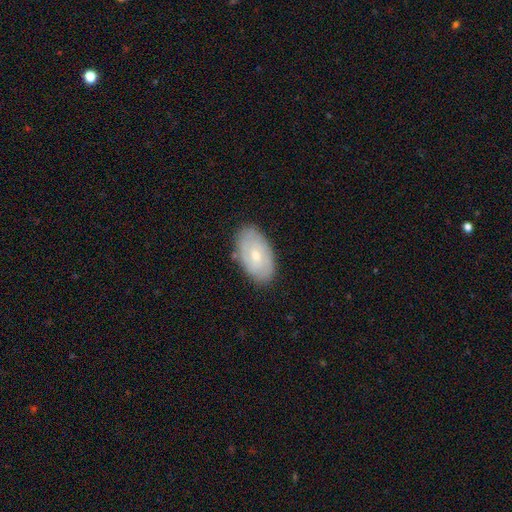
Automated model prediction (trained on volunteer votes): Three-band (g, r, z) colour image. It shows a featured or disk galaxy (52%). Merging: none (82%).